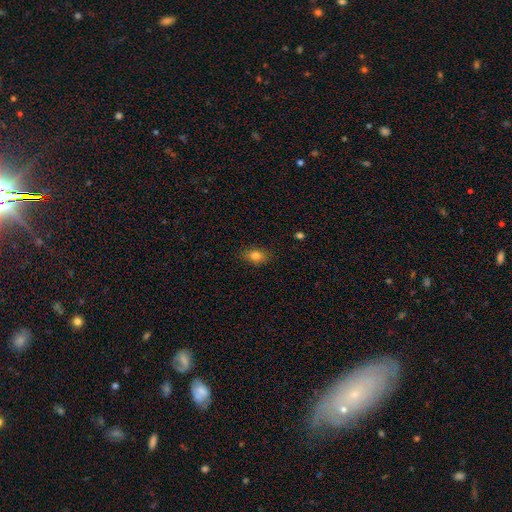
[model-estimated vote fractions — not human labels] The model was most divided on "how rounded": in between: 78%, round: 20%, cigar-shaped: 3%. More confident: merging — none (85%); smooth or featured — smooth (81%).